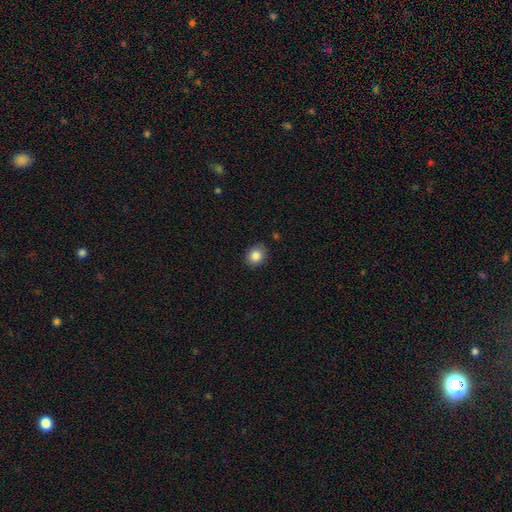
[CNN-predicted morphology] Smooth or featured? Predicted: smooth (p=0.84). How rounded? Predicted: round (p=0.60). Merging? Predicted: none (p=0.87).